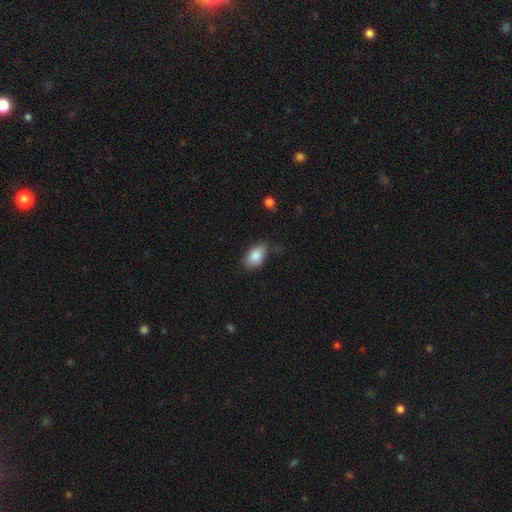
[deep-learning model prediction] Smooth or featured?
  - smooth: 86% *
  - star or artifact: 7%
  - featured or disk: 7%
How rounded?
  - in between: 91% *
  - round: 7%
  - cigar-shaped: 2%
Merging?
  - none: 68% *
  - minor disturbance: 24%
  - major disturbance: 6%
  - merger: 2%